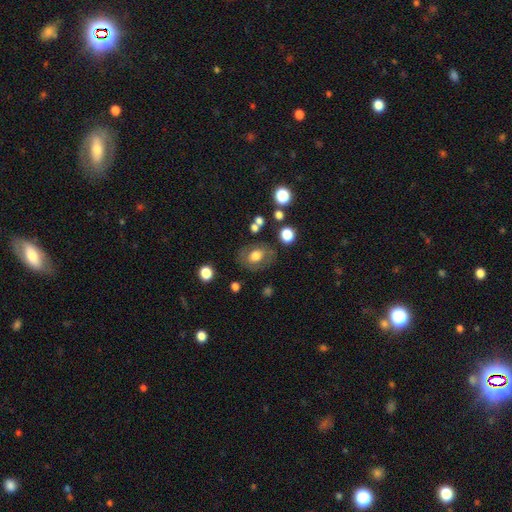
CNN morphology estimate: Q: Smooth or featured?
A: smooth (64%); runner-up: featured or disk (26%)
Q: How rounded?
A: in between (57%); runner-up: round (41%)
Q: Merging?
A: none (73%); runner-up: minor disturbance (16%)